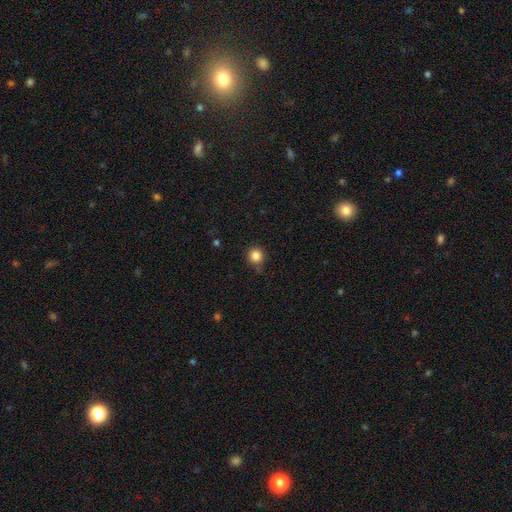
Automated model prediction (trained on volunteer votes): smooth 84%, star or artifact 12%, featured or disk 4%. Down the decision tree: how rounded — round (94%); merging — none (84%).